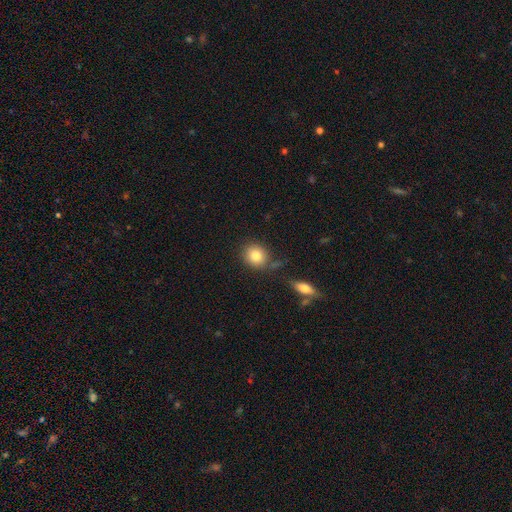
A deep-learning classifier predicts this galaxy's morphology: smooth-or-featured: smooth: 83% | star or artifact: 9% | featured or disk: 8%
  how-rounded: round: 79% | in between: 20% | cigar-shaped: 1%
  merging: none: 72% | minor disturbance: 13% | merger: 10% | major disturbance: 5%